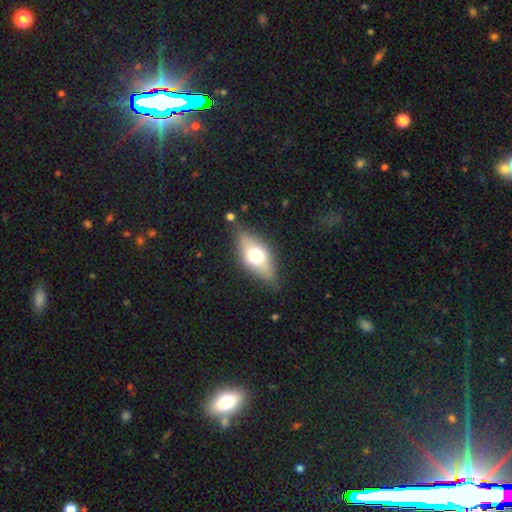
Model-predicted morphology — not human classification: Smooth or featured?
  - smooth: 53% *
  - featured or disk: 39%
  - star or artifact: 8%
How rounded?
  - in between: 74% *
  - cigar-shaped: 19%
  - round: 7%
Merging?
  - none: 78% *
  - minor disturbance: 15%
  - major disturbance: 5%
  - merger: 2%